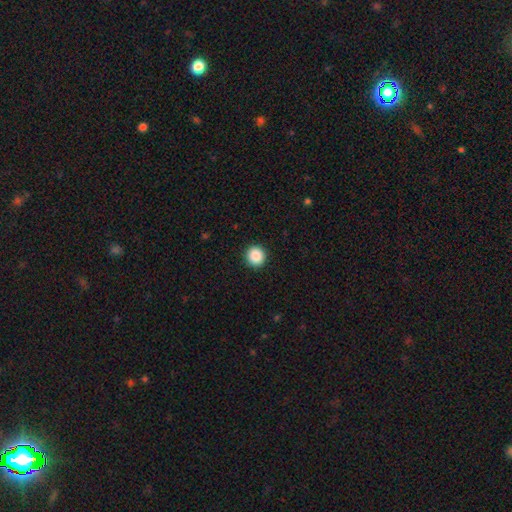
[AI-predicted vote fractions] A smooth galaxy with no disk features (88%) that is round (94%).

Vote fractions:
- Smooth or featured? smooth: 88% / star or artifact: 9% / featured or disk: 3%
- How rounded? round: 94% / in between: 5% / cigar-shaped: 1%
- Merging? none: 93% / minor disturbance: 5% / major disturbance: 2% / merger: 1%